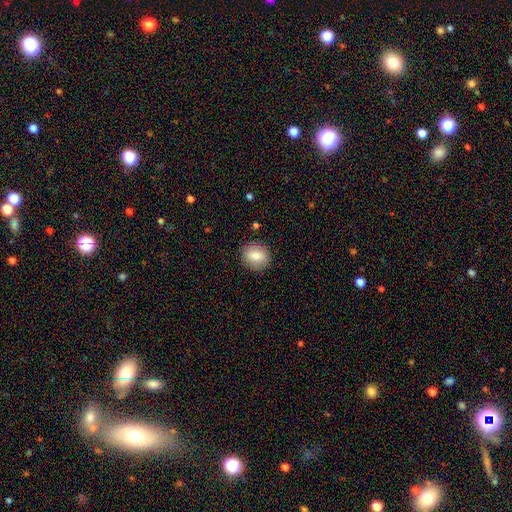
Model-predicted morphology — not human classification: type=smooth (79%); roundness=round (67%); merging=none (88%).